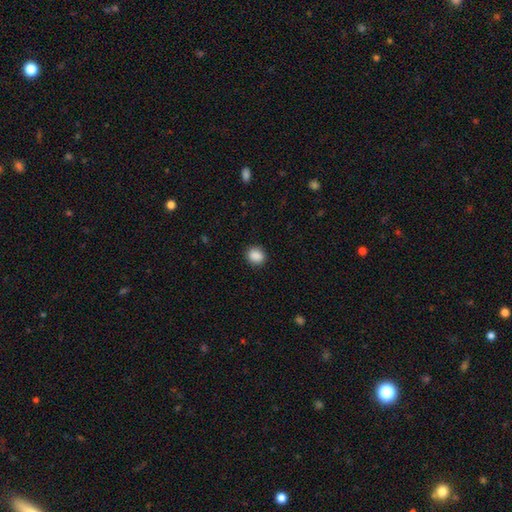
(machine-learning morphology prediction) A smooth galaxy with no disk features (89%) that is round (74%). Merging: none (89%).